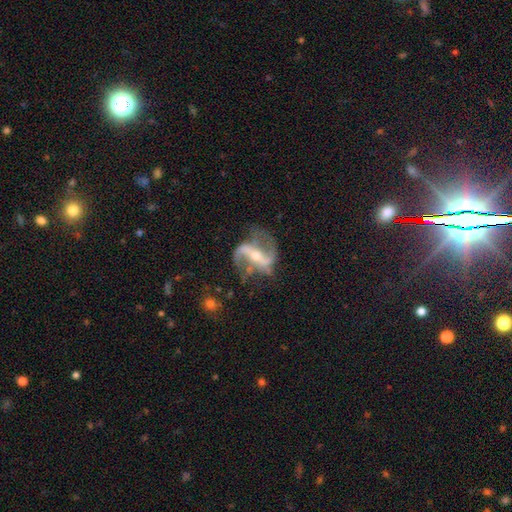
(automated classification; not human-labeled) Smooth or featured: featured or disk — 90% (star or artifact — 6%)
Edge-on disk: no — 96% (yes — 4%)
Bar: strong — 56% (weak — 26%)
Spiral arms: yes — 96% (no — 4%)
Spiral winding: loose — 70% (medium — 25%)
Spiral arm count: 2 — 91% (can't tell — 2%)
Bulge size: small — 57% (moderate — 39%)
Merging: none — 67% (minor disturbance — 17%)